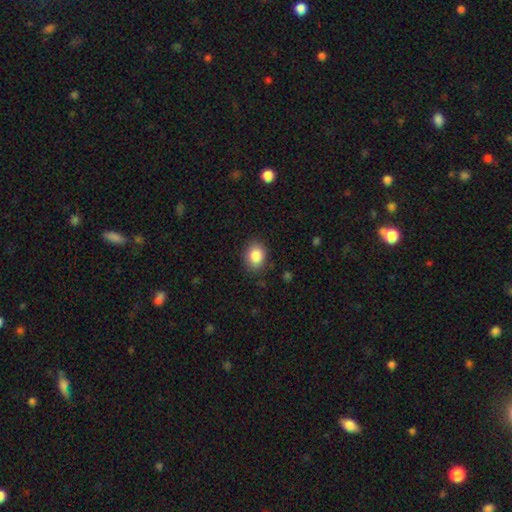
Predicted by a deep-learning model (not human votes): Overall: smooth (86%). How rounded: in between (59%; round 40%). Merging: none (85%).